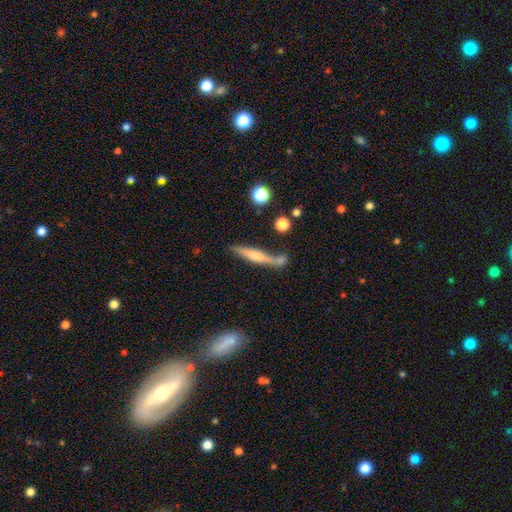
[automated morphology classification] smooth_or_featured: smooth (p=0.49) [alt: featured or disk p=0.43]
merging: none (p=0.57) [alt: merger p=0.20]